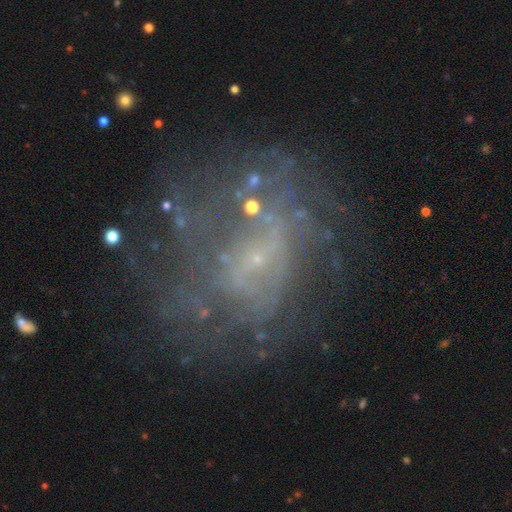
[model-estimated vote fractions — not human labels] Smooth or featured?
  - featured or disk: 59% *
  - star or artifact: 21%
  - smooth: 19%
Edge-on disk?
  - no: 97% *
  - yes: 3%
Bar?
  - no: 70% *
  - weak: 23%
  - strong: 7%
Spiral arms?
  - no: 62% *
  - yes: 38%
Bulge size?
  - small: 60% *
  - none: 31%
  - moderate: 7%
  - large: 1%
  - dominant: 1%
Merging?
  - none: 58% *
  - major disturbance: 22%
  - minor disturbance: 17%
  - merger: 4%